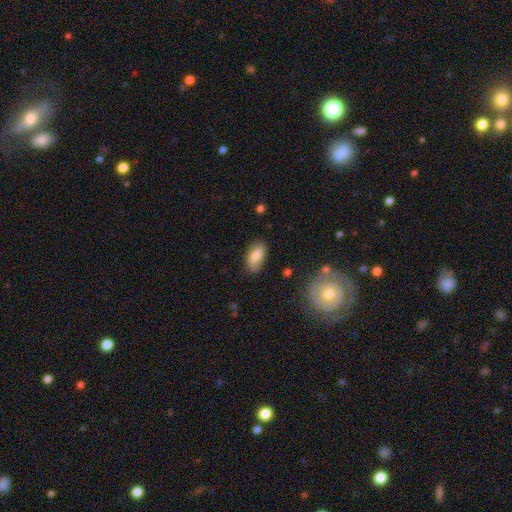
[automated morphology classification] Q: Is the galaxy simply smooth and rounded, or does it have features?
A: smooth — 82%.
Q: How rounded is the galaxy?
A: in between — 91%.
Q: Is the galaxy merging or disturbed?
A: none — 80%.